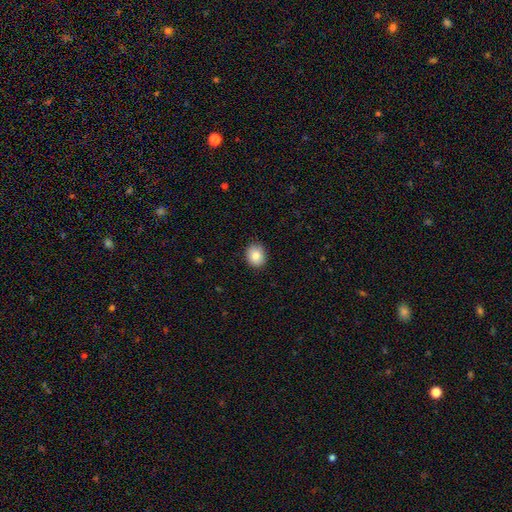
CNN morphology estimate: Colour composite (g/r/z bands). It shows a smooth galaxy with no disk features (86%) that is round (59%). Merging: none (89%).